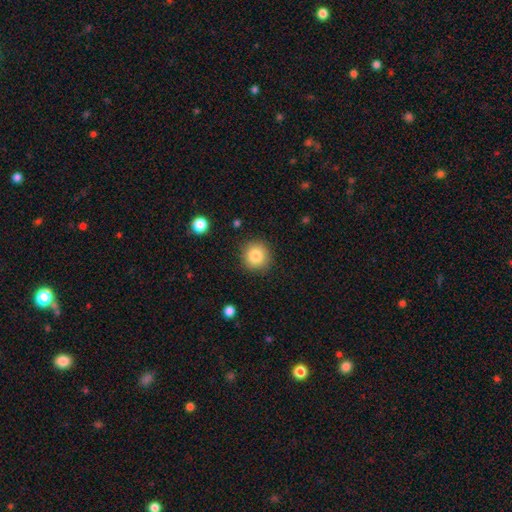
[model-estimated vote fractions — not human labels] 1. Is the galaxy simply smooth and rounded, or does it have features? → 84% smooth, 10% star or artifact, 7% featured or disk.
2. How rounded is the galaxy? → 94% round, 5% in between, 1% cigar-shaped.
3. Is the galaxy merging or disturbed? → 89% none, 7% minor disturbance, 2% major disturbance, 1% merger.